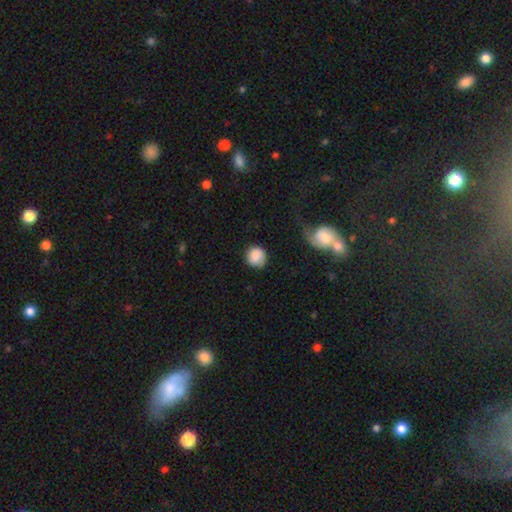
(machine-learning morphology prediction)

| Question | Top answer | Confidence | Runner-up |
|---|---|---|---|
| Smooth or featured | smooth | 85% | featured or disk (7%) |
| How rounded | round | 88% | in between (11%) |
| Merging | none | 71% | minor disturbance (20%) |